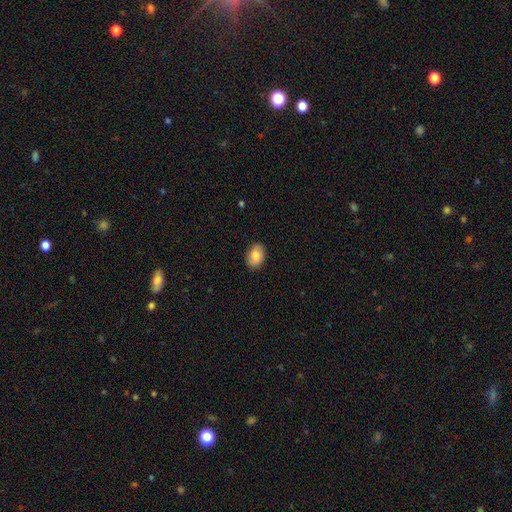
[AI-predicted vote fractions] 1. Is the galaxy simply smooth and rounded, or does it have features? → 83% smooth, 10% featured or disk, 7% star or artifact.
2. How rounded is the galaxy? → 84% in between, 15% round, 1% cigar-shaped.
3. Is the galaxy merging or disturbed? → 87% none, 10% minor disturbance, 2% major disturbance, 1% merger.